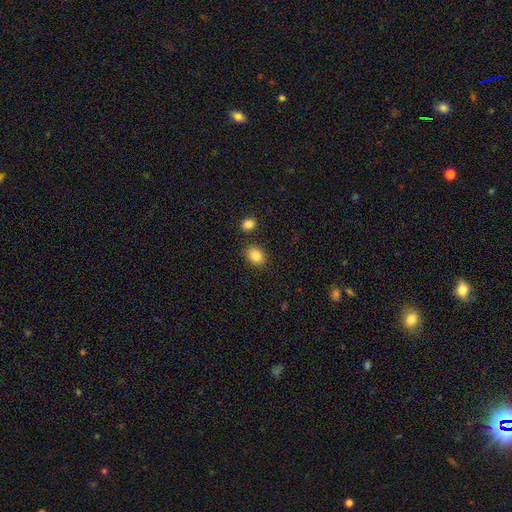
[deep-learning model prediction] smooth 85%, star or artifact 9%, featured or disk 7%. Down the decision tree: how rounded — in between (61%); merging — none (83%).